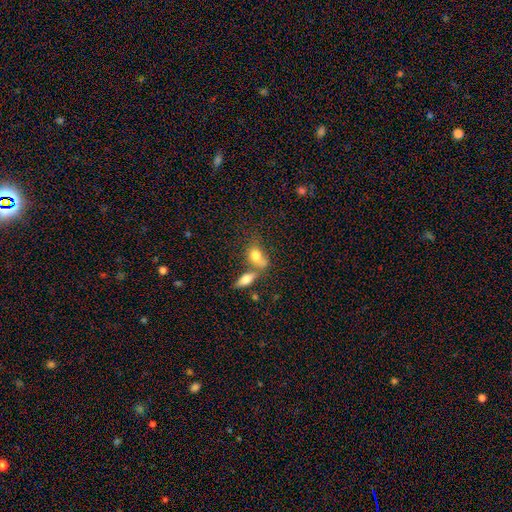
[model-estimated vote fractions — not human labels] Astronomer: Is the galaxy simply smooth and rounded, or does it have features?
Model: smooth — 76%.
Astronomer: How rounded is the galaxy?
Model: in between — 74%.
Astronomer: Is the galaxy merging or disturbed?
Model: merger — 47% (runner-up: none, 34%).